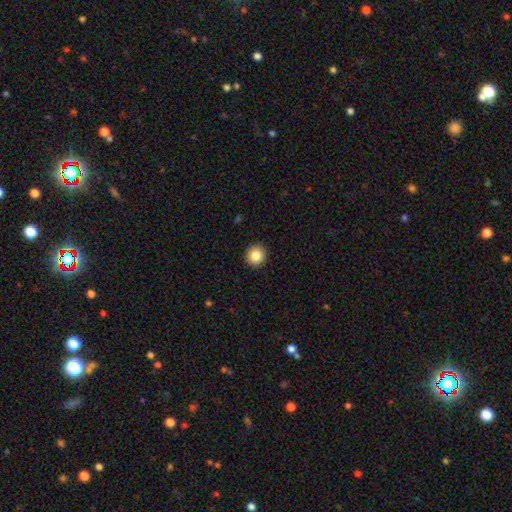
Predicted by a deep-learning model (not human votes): Q: Smooth or featured?
A: smooth (85%); runner-up: star or artifact (9%)
Q: How rounded?
A: round (92%); runner-up: in between (7%)
Q: Merging?
A: none (93%); runner-up: minor disturbance (5%)